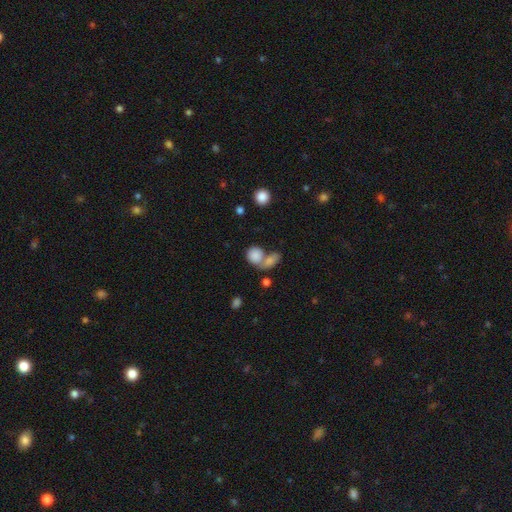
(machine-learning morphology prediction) Smooth or featured?
  - smooth: 83% *
  - featured or disk: 9%
  - star or artifact: 9%
How rounded?
  - round: 63% *
  - in between: 35%
  - cigar-shaped: 2%
Merging?
  - merger: 56% *
  - none: 29%
  - minor disturbance: 8%
  - major disturbance: 6%